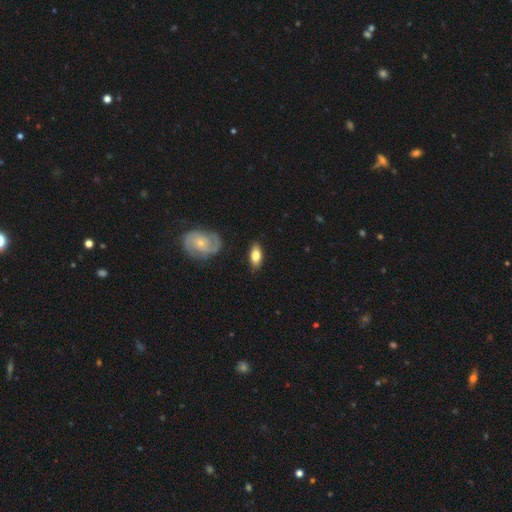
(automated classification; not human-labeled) Q: Smooth or featured?
A: smooth (64%); runner-up: featured or disk (30%)
Q: How rounded?
A: in between (85%); runner-up: cigar-shaped (11%)
Q: Merging?
A: none (82%); runner-up: minor disturbance (13%)